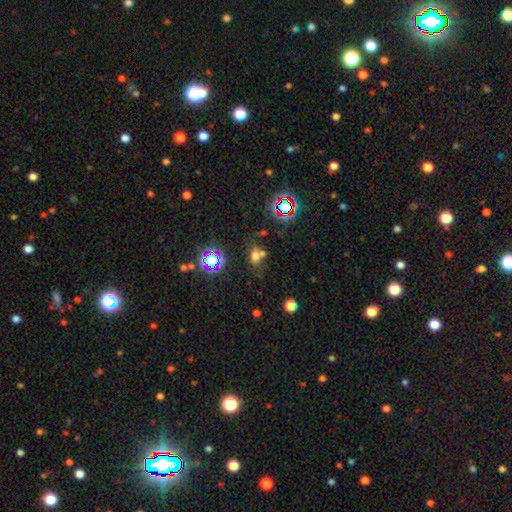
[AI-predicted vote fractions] A smooth galaxy with no disk features (57%) that is in between round and cigar-shaped (58%).

Vote fractions:
- Smooth or featured? smooth: 57% / star or artifact: 30% / featured or disk: 13%
- How rounded? in between: 58% / round: 40% / cigar-shaped: 2%
- Merging? none: 48% / merger: 30% / minor disturbance: 15% / major disturbance: 7%